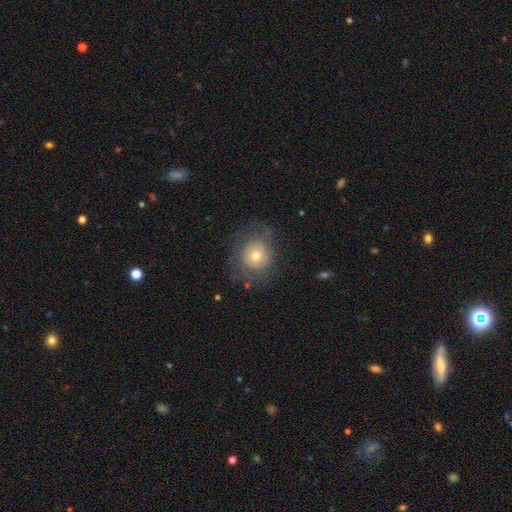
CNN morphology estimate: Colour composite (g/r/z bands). It shows a smooth galaxy with no disk features (54%) that is round (80%). Merging: none (67%).